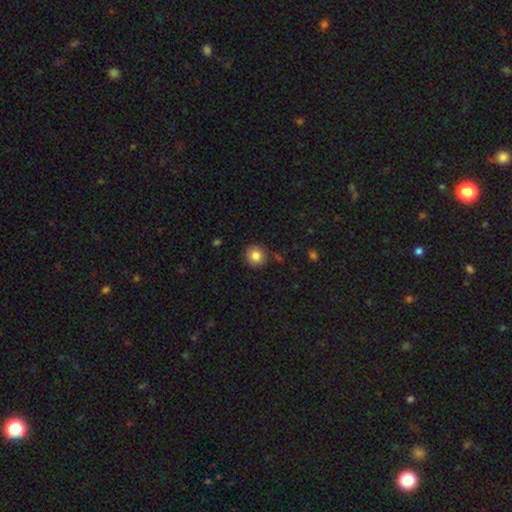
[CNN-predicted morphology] Q: Smooth or featured?
A: smooth (84%); runner-up: star or artifact (10%)
Q: How rounded?
A: round (92%); runner-up: in between (7%)
Q: Merging?
A: none (88%); runner-up: minor disturbance (8%)